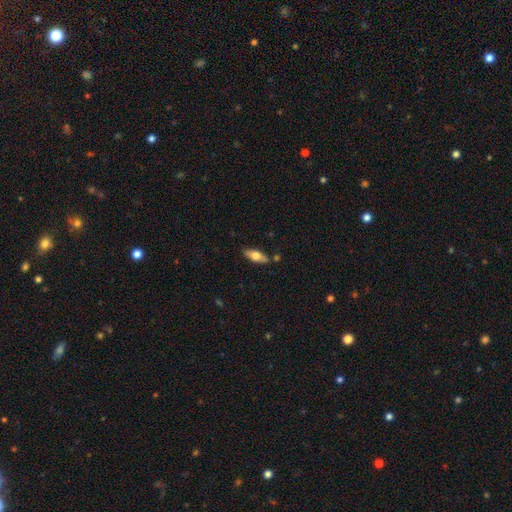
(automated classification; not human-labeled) smooth 59%, featured or disk 35%, star or artifact 6%. Down the decision tree: how rounded — in between (65%); merging — none (82%).